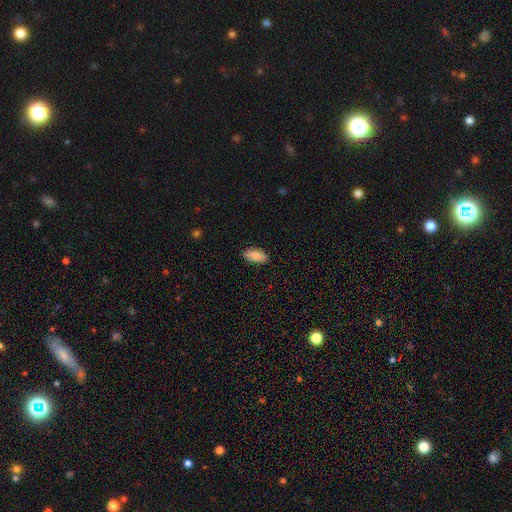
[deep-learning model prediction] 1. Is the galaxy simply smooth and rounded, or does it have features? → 83% smooth, 10% featured or disk, 7% star or artifact.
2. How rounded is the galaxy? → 92% in between, 5% cigar-shaped, 3% round.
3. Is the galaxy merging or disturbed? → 86% none, 11% minor disturbance, 2% major disturbance, 1% merger.